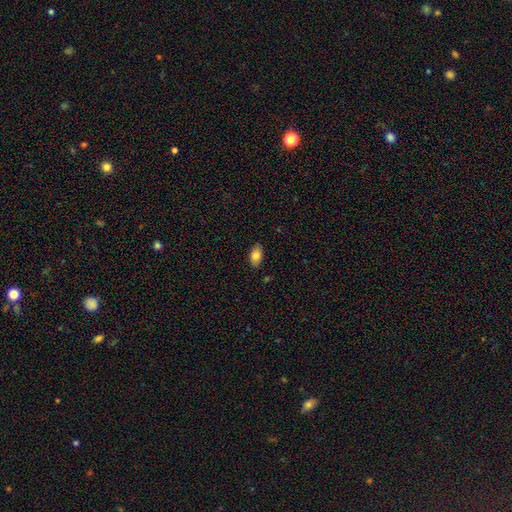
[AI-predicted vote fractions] A smooth galaxy with no disk features (82%) that is in between round and cigar-shaped (93%).

Vote fractions:
- Smooth or featured? smooth: 82% / featured or disk: 11% / star or artifact: 8%
- How rounded? in between: 93% / round: 4% / cigar-shaped: 3%
- Merging? none: 85% / minor disturbance: 11% / major disturbance: 2% / merger: 1%